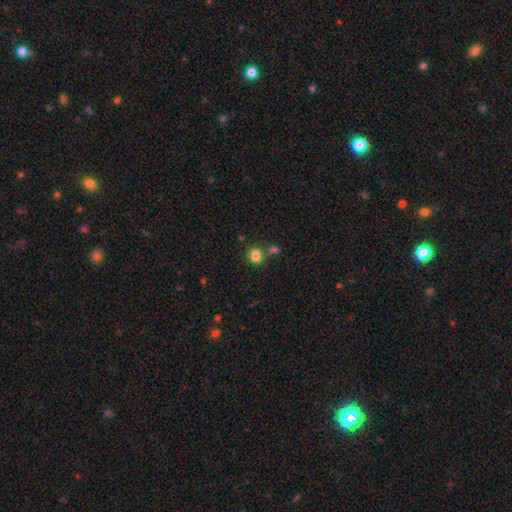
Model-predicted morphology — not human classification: smooth-or-featured: smooth: 83% | star or artifact: 11% | featured or disk: 5%
  how-rounded: round: 82% | in between: 17% | cigar-shaped: 1%
  merging: none: 71% | merger: 16% | minor disturbance: 10% | major disturbance: 3%